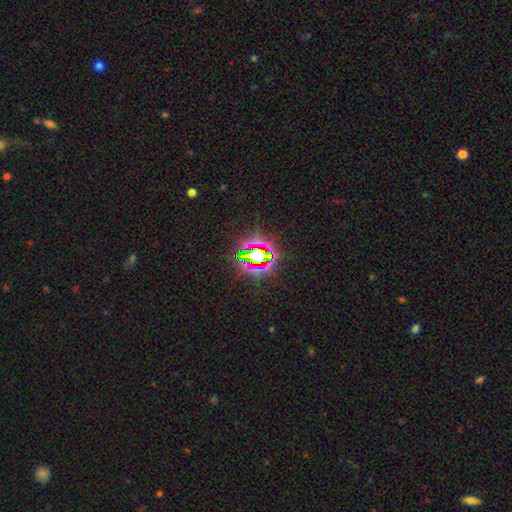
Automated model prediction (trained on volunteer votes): smooth-or-featured: star or artifact: 73% | smooth: 15% | featured or disk: 11%